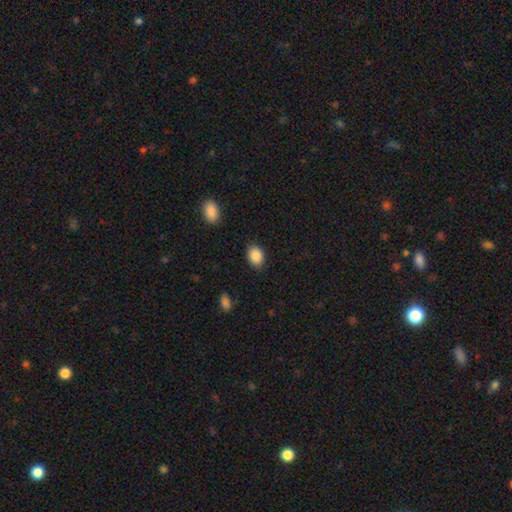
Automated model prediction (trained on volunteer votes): Smooth or featured: smooth — 88% (star or artifact — 8%)
How rounded: in between — 69% (round — 30%)
Merging: none — 84% (minor disturbance — 11%)